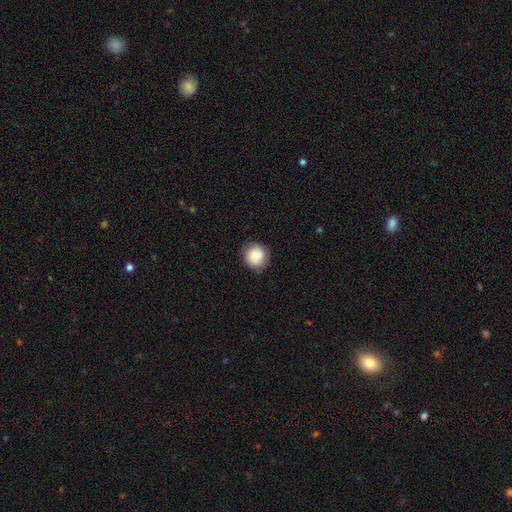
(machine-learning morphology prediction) This is clearly a smooth galaxy (86%). How rounded: clearly round (92%). Merging: clearly none (84%).